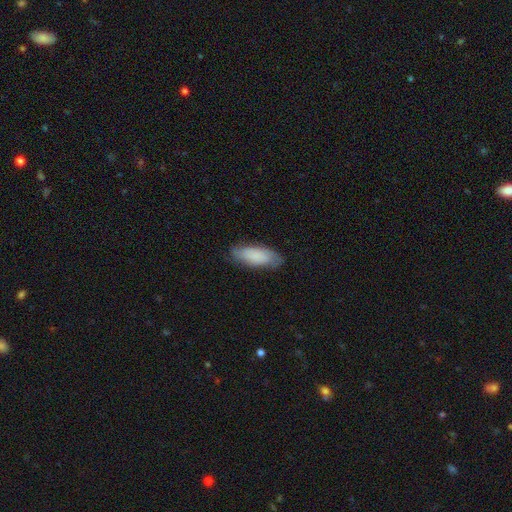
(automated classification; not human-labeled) A smooth galaxy with no disk features (73%) that is in between round and cigar-shaped (76%).

Vote fractions:
- Smooth or featured? smooth: 73% / featured or disk: 21% / star or artifact: 6%
- How rounded? in between: 76% / cigar-shaped: 23% / round: 2%
- Merging? none: 77% / minor disturbance: 18% / major disturbance: 4% / merger: 1%